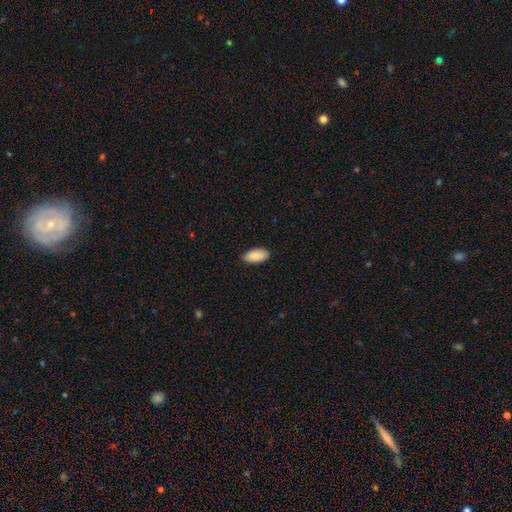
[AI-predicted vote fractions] Overall: smooth (90%). How rounded: in between (94%). Merging: none (87%).